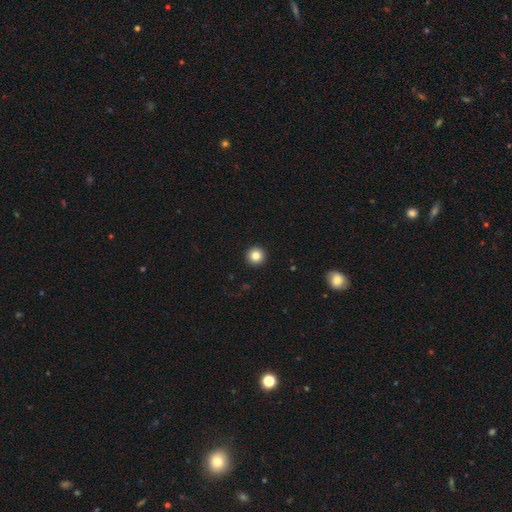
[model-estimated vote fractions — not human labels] Overall: smooth (83%). How rounded: round (96%). Merging: none (94%).